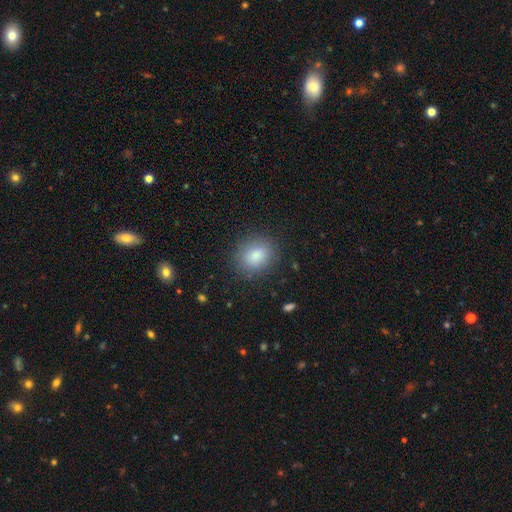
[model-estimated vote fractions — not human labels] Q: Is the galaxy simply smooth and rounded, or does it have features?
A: smooth — 84%.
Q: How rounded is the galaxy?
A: round — 55%.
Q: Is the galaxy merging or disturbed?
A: none — 84%.